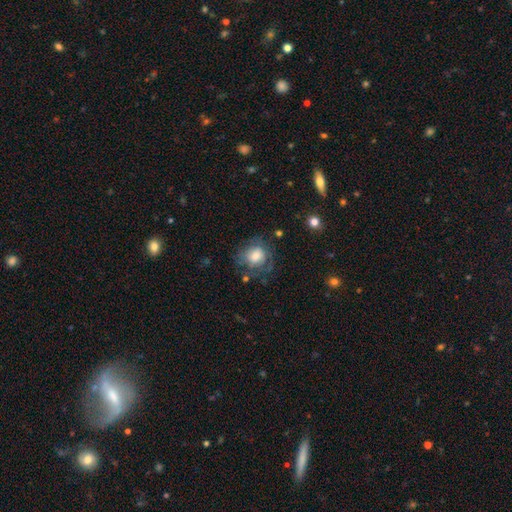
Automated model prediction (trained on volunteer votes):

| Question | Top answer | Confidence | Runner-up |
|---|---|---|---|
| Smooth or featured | smooth | 61% | featured or disk (29%) |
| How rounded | round | 73% | in between (26%) |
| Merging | none | 58% | minor disturbance (23%) |